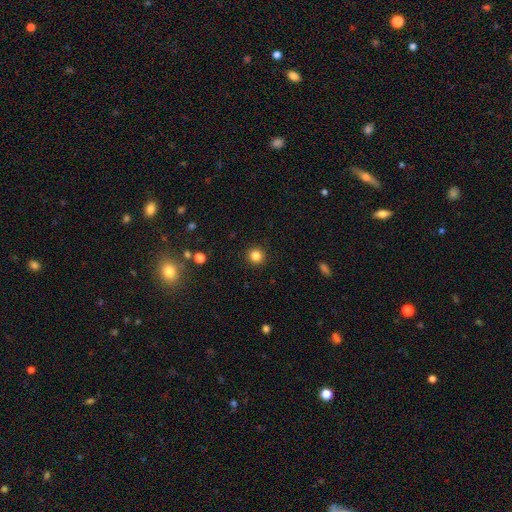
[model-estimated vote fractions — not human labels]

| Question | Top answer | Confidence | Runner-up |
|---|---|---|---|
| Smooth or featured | smooth | 84% | star or artifact (12%) |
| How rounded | round | 93% | in between (6%) |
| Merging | none | 92% | minor disturbance (5%) |